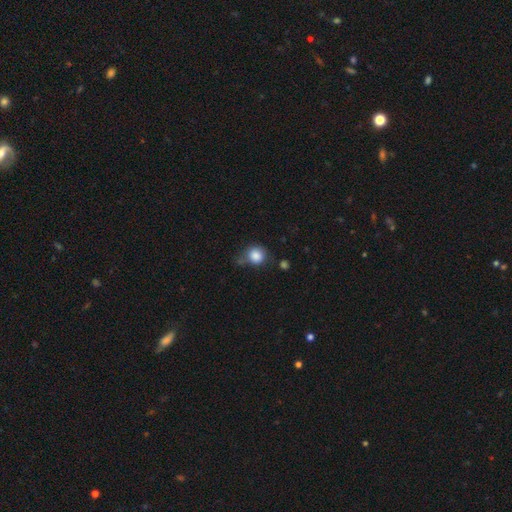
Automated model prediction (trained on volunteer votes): smooth-or-featured: smooth: 85% | star or artifact: 9% | featured or disk: 6%
  how-rounded: round: 84% | in between: 15% | cigar-shaped: 1%
  merging: none: 53% | minor disturbance: 29% | major disturbance: 10% | merger: 8%